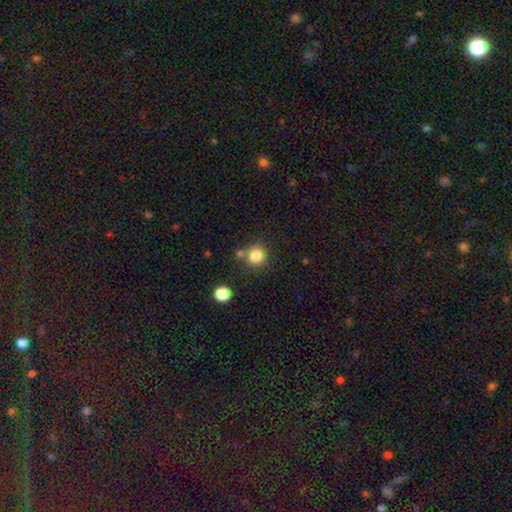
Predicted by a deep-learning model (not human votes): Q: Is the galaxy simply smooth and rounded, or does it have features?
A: smooth — 84%.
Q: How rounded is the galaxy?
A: round — 92%.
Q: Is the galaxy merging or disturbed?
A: none — 73%.